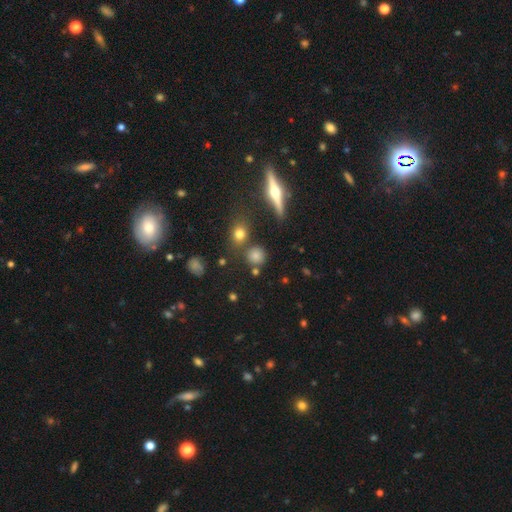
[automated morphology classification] type=smooth (73%); roundness=round (86%); merging=none (75%).